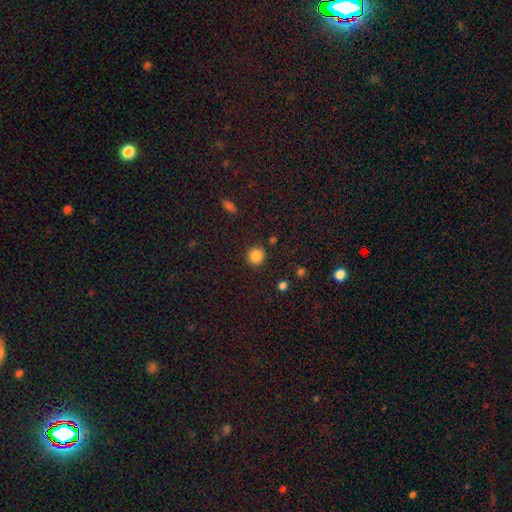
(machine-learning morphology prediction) Smooth or featured? Predicted: smooth (p=0.86). How rounded? Predicted: round (p=0.93). Merging? Predicted: none (p=0.89).